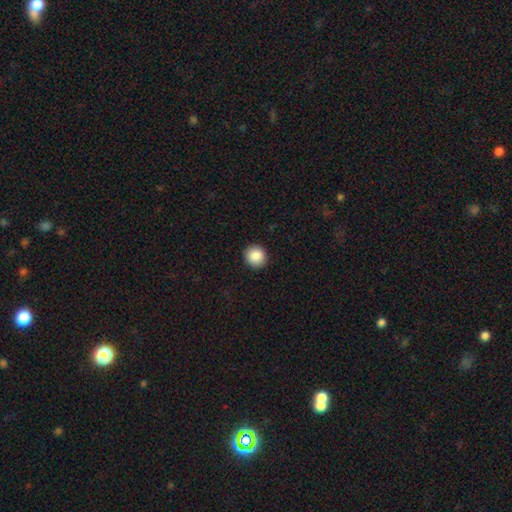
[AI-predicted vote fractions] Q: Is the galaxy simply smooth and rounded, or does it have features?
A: smooth — 88%.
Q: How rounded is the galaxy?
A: round — 90%.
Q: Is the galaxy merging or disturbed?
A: none — 92%.